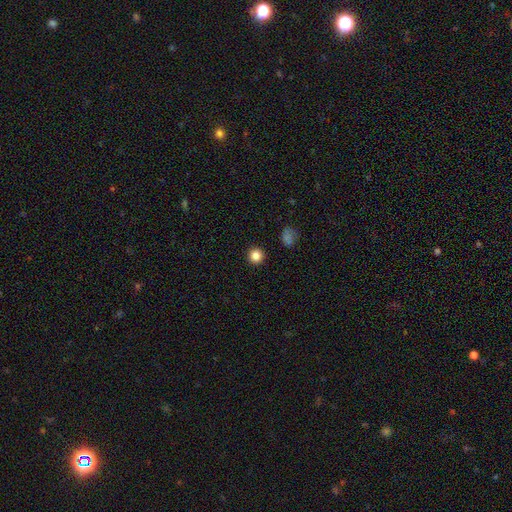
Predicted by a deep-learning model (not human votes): Smooth or featured: smooth — 84% (star or artifact — 11%)
How rounded: round — 95% (in between — 4%)
Merging: none — 93% (minor disturbance — 4%)